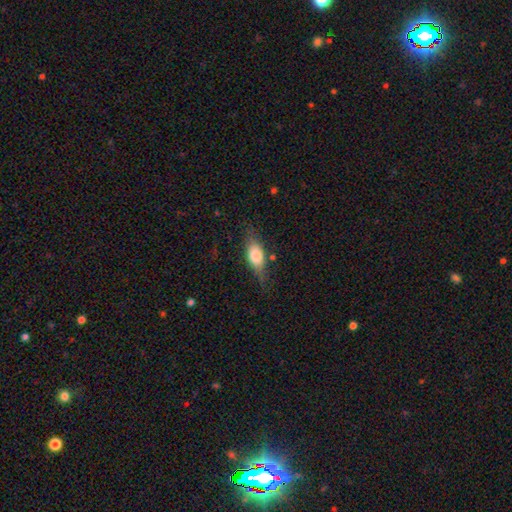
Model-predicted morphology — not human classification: Smooth or featured? Predicted: smooth (p=0.69). How rounded? Predicted: in between (p=0.76). Merging? Predicted: none (p=0.68).